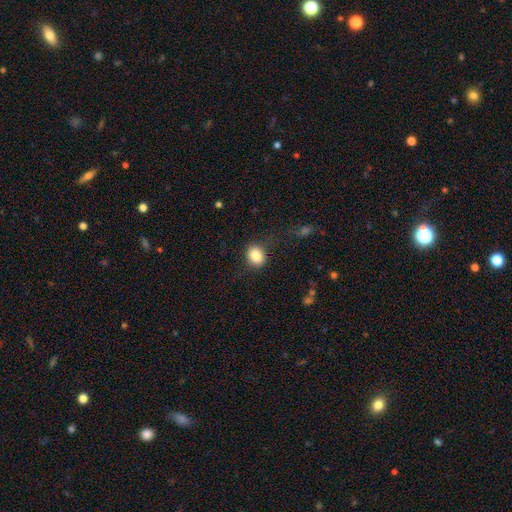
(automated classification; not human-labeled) The model was most divided on "how rounded": round: 56%, in between: 43%, cigar-shaped: 1%. More confident: smooth or featured — smooth (83%); merging — none (82%).